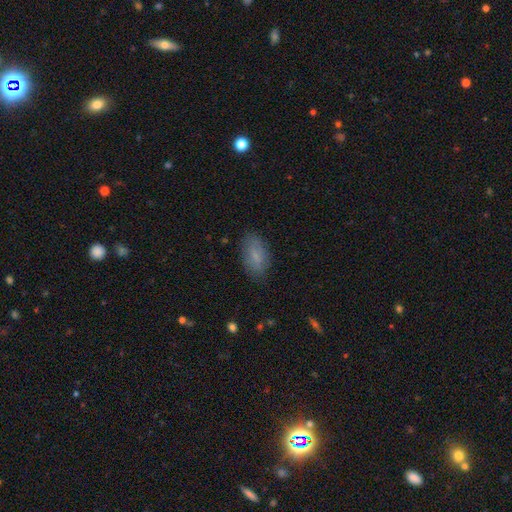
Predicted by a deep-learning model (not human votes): Smooth or featured: smooth — 78% (featured or disk — 14%)
How rounded: in between — 91% (cigar-shaped — 6%)
Merging: none — 82% (minor disturbance — 14%)